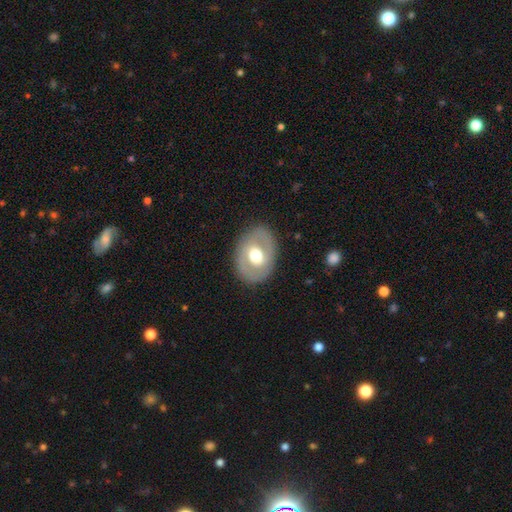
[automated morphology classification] Q: Smooth or featured?
A: featured or disk (55%); runner-up: smooth (39%)
Q: Edge-on disk?
A: no (93%); runner-up: yes (7%)
Q: Bar?
A: no (59%); runner-up: weak (30%)
Q: Spiral arms?
A: no (65%); runner-up: yes (35%)
Q: Bulge size?
A: moderate (66%); runner-up: large (26%)
Q: Merging?
A: none (83%); runner-up: minor disturbance (11%)